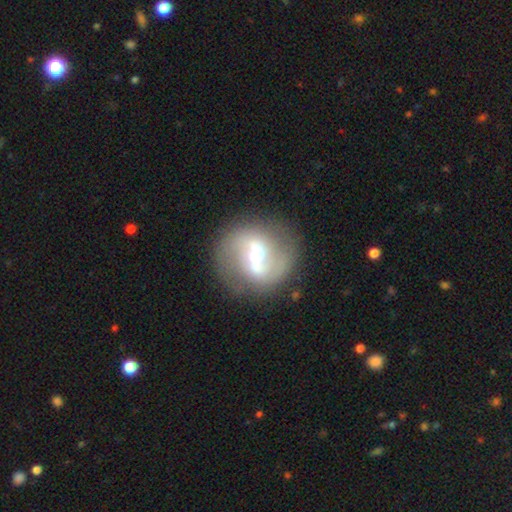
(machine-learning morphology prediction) smooth_or_featured: featured or disk (p=0.78) [alt: smooth p=0.15]
disk_edge_on: no (p=0.96) [alt: yes p=0.04]
bar: weak (p=0.40) [alt: strong p=0.37]
has_spiral_arms: yes (p=0.85) [alt: no p=0.15]
spiral_winding: loose (p=0.51) [alt: medium p=0.38]
spiral_arm_count: 2 (p=0.88) [alt: can't tell p=0.05]
bulge_size: small (p=0.54) [alt: moderate p=0.39]
merging: none (p=0.78) [alt: minor disturbance p=0.11]